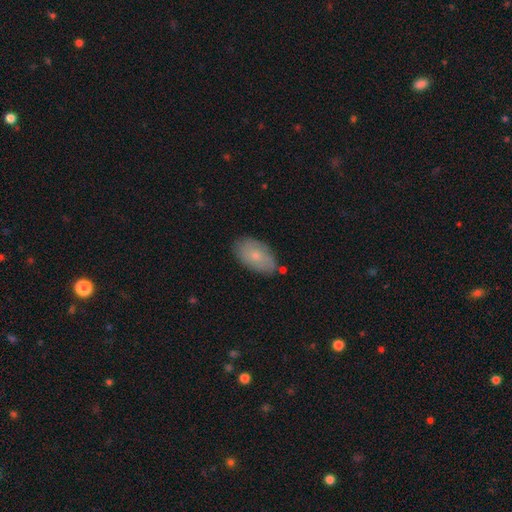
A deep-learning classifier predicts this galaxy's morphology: Overall: smooth (67%). How rounded: in between (93%). Merging: none (77%).